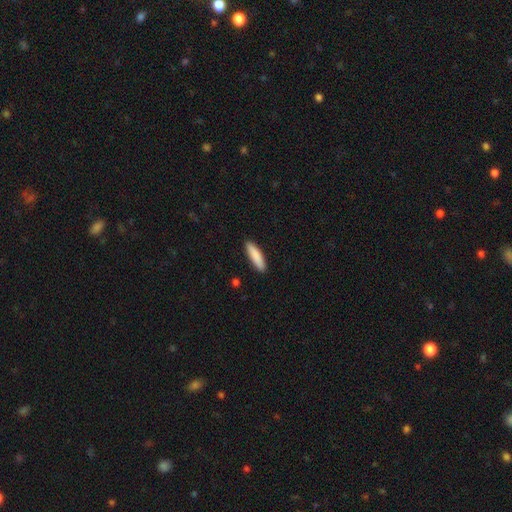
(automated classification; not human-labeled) Smooth or featured: smooth — 87% (featured or disk — 7%)
How rounded: cigar-shaped — 74% (in between — 24%)
Merging: none — 91% (minor disturbance — 7%)